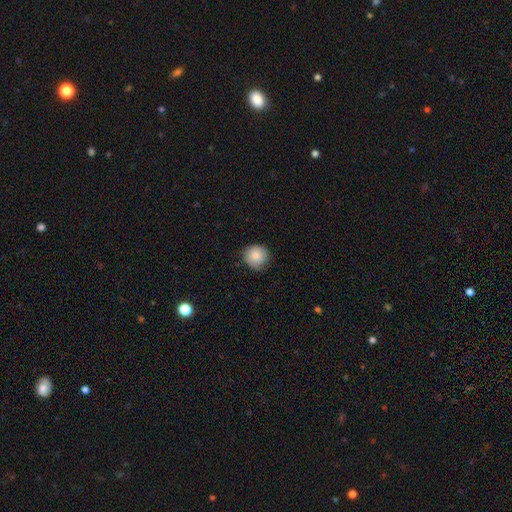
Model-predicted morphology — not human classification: Smooth or featured? Predicted: smooth (p=0.82). How rounded? Predicted: round (p=0.91). Merging? Predicted: none (p=0.74).